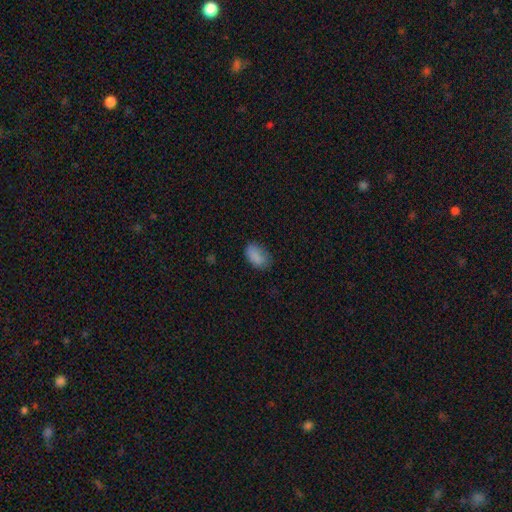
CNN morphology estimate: smooth-or-featured: smooth: 85% | star or artifact: 9% | featured or disk: 6%
  how-rounded: in between: 90% | round: 9% | cigar-shaped: 1%
  merging: none: 71% | minor disturbance: 23% | major disturbance: 6% | merger: 1%